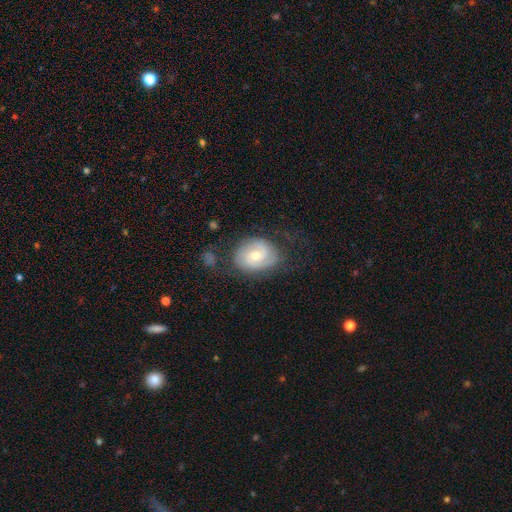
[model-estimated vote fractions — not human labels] This appears to be a featured or disk galaxy (61%) with no bar (55%), 2 (65%) tight (43%) spiral arms (86%) and a moderate central bulge (60%). Merging: none (66%).